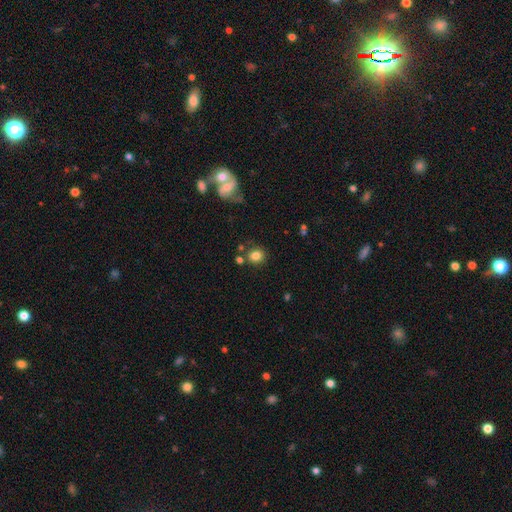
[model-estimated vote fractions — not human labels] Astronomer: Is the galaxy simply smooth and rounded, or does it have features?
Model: smooth — 81%.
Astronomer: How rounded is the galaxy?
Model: round — 80%.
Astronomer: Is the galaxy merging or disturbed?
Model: none — 75%.